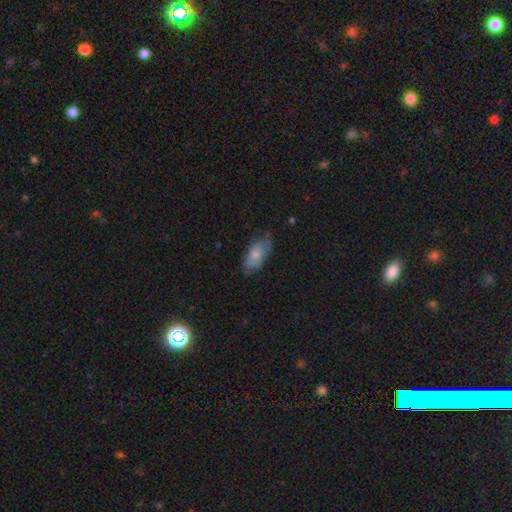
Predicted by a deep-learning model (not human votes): Smooth or featured? Predicted: smooth (p=0.69). How rounded? Predicted: in between (p=0.90). Merging? Predicted: none (p=0.57).